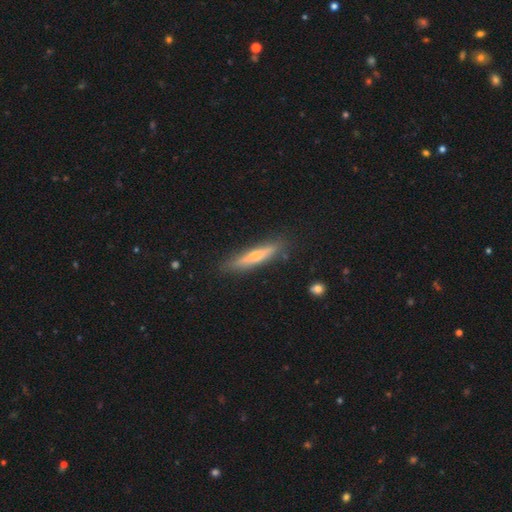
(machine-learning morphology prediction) smooth_or_featured: smooth (p=0.53) [alt: featured or disk p=0.41]
how_rounded: cigar-shaped (p=0.90) [alt: in between p=0.08]
merging: none (p=0.85) [alt: minor disturbance p=0.11]